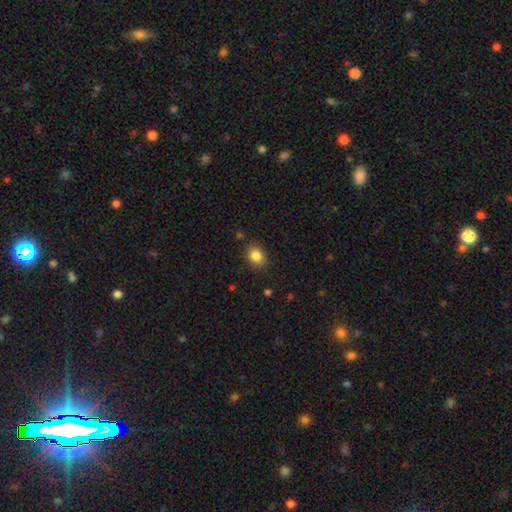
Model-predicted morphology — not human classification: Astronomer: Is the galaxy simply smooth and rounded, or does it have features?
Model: smooth — 86%.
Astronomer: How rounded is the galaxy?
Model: round — 52% (runner-up: in between, 47%).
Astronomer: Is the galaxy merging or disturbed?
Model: none — 84%.